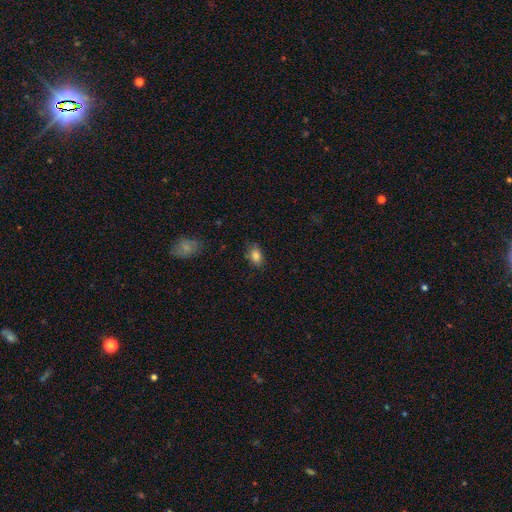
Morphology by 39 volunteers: smooth-or-featured: smooth: 87% | featured or disk: 8% | star or artifact: 5%
  how-rounded: in between: 79% | round: 18% | cigar-shaped: 3%
  merging: none: 89% | minor disturbance: 8% | major disturbance: 3% | merger: 0%